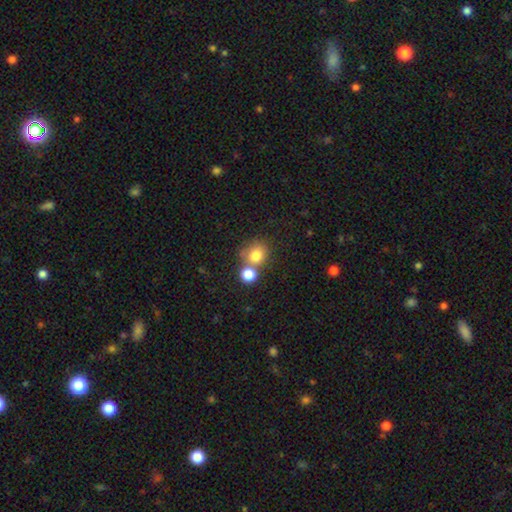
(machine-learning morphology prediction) smooth_or_featured: smooth (p=0.79) [alt: star or artifact p=0.12]
how_rounded: round (p=0.80) [alt: in between p=0.19]
merging: none (p=0.49) [alt: merger p=0.38]